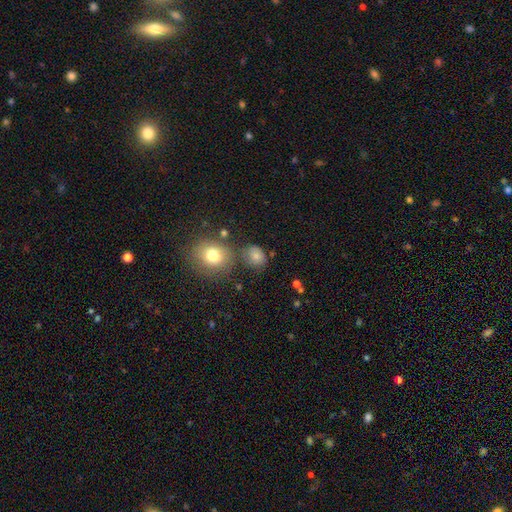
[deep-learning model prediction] The model was most divided on "how rounded": round: 59%, in between: 39%, cigar-shaped: 1%. More confident: smooth or featured — smooth (78%); merging — none (69%).